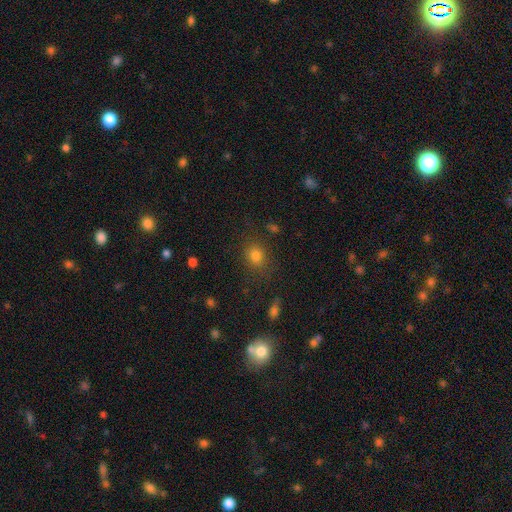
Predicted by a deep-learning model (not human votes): A smooth galaxy with no disk features (76%) that is round (71%).

Vote fractions:
- Smooth or featured? smooth: 76% / star or artifact: 17% / featured or disk: 7%
- How rounded? round: 71% / in between: 28% / cigar-shaped: 1%
- Merging? none: 82% / minor disturbance: 11% / major disturbance: 4% / merger: 2%